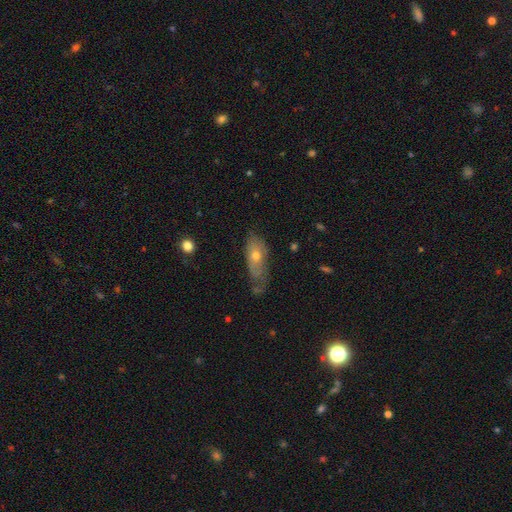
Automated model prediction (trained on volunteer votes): Morphology: type=smooth (47%); merging=none (44%).